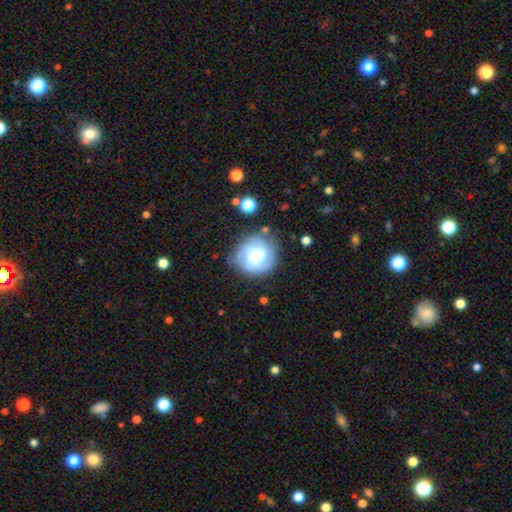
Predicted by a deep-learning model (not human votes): smooth-or-featured: featured or disk: 60% | smooth: 32% | star or artifact: 8%
  disk-edge-on: no: 98% | yes: 2%
    bar: no: 66% | weak: 28% | strong: 7%
    has-spiral-arms: yes: 86% | no: 14%
      spiral-winding: tight: 48% | medium: 38% | loose: 15%
      spiral-arm-count: 2: 32% | can't tell: 28% | 3: 24% | 1: 7% | 4: 5% | more than 4: 4%
    bulge-size: large: 44% | moderate: 23% | dominant: 13% | small: 11% | none: 9%
  merging: none: 66% | minor disturbance: 20% | major disturbance: 11% | merger: 4%